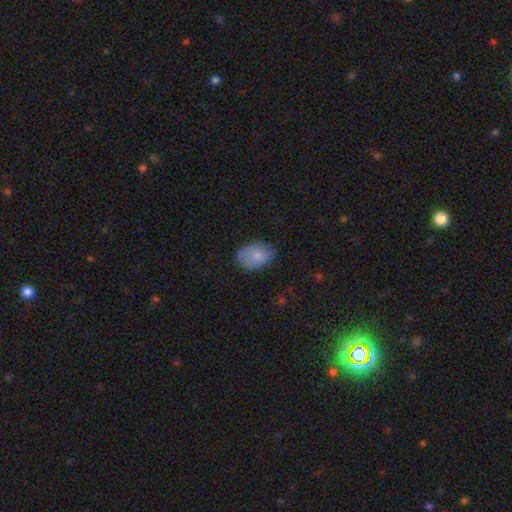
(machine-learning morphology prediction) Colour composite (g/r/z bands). It shows a smooth galaxy with no disk features (83%) that is in between round and cigar-shaped (81%). Merging: none (78%).